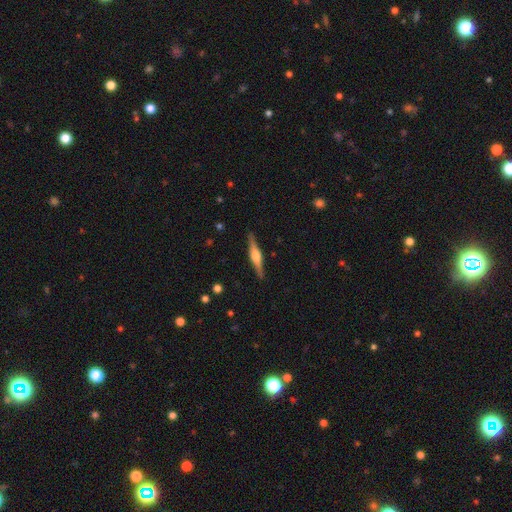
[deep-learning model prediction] featured or disk 71%, smooth 23%, star or artifact 6%. Down the decision tree: edge-on disk — yes (98%); edge-on bulge — rounded (73%); merging — none (89%).